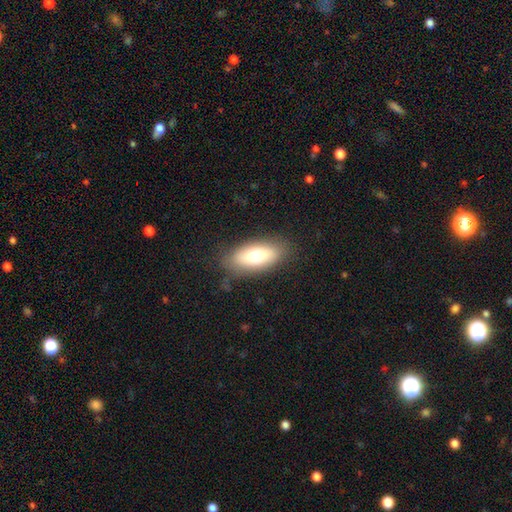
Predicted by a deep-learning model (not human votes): This appears to be a smooth galaxy with no disk features (72%) that is in between round and cigar-shaped (83%). Merging: none (81%).